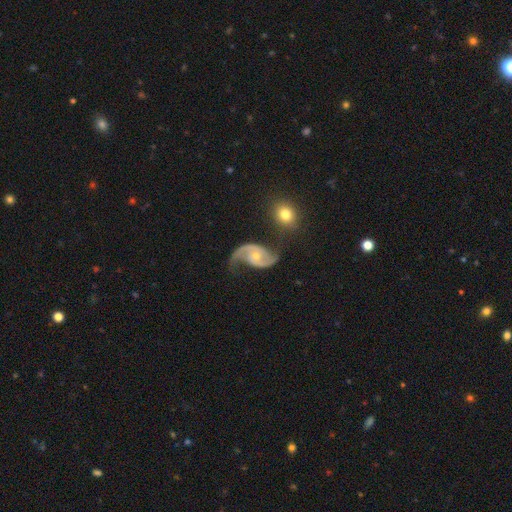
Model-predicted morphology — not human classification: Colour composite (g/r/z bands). It shows a featured or disk galaxy (90%) with no bar (62%), 2 (90%) medium (46%) spiral arms (97%) and a moderate central bulge (50%). Merging: none (55%).